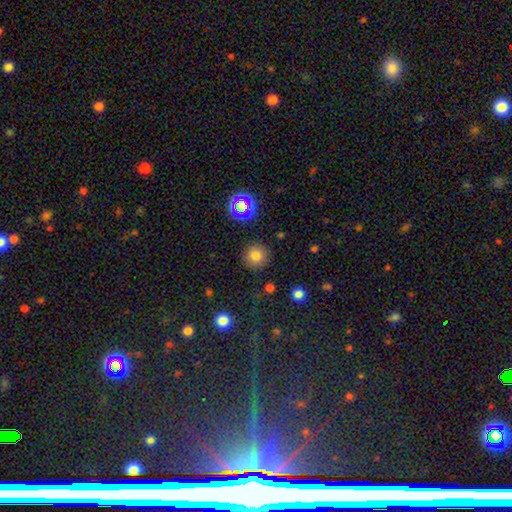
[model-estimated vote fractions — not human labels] Smooth or featured: smooth — 76% (star or artifact — 16%)
How rounded: round — 95% (in between — 4%)
Merging: none — 88% (minor disturbance — 7%)